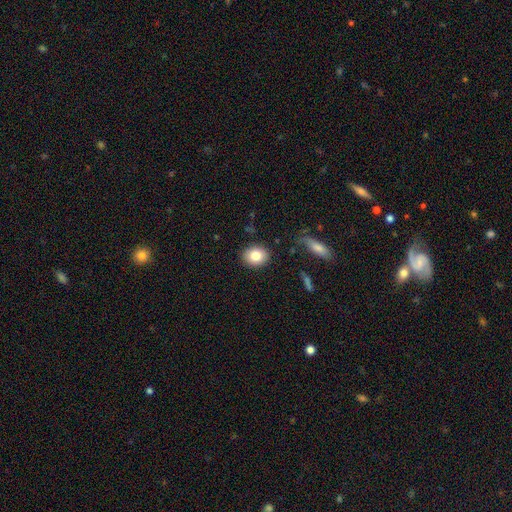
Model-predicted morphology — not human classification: type=smooth (82%); roundness=round (55%); merging=none (88%).